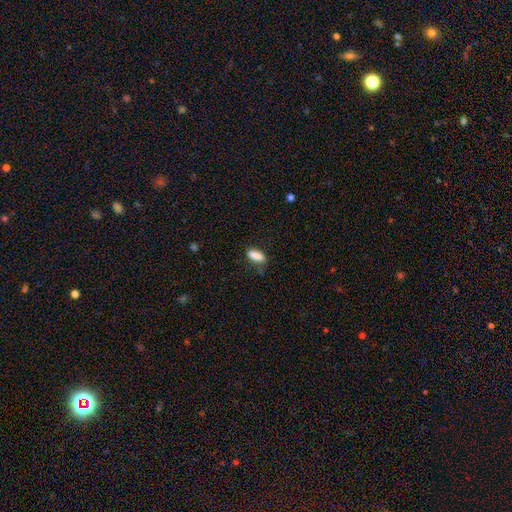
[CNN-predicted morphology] A smooth galaxy with no disk features (86%) that is in between round and cigar-shaped (76%).

Vote fractions:
- Smooth or featured? smooth: 86% / star or artifact: 8% / featured or disk: 6%
- How rounded? in between: 76% / cigar-shaped: 21% / round: 3%
- Merging? none: 66% / minor disturbance: 25% / major disturbance: 7% / merger: 2%